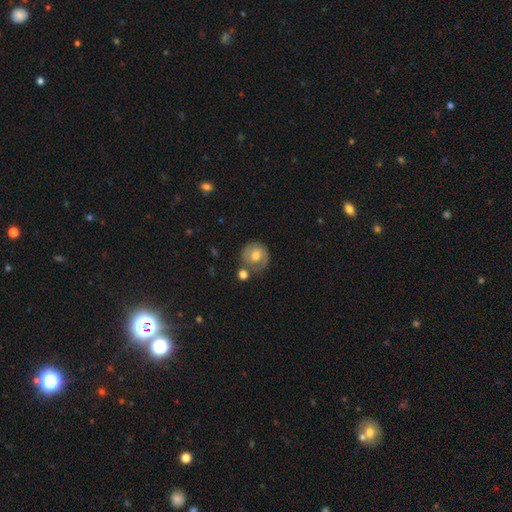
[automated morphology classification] The model was most divided on "smooth or featured": featured or disk: 47%, smooth: 46%, star or artifact: 8%. More confident: merging — none (63%).